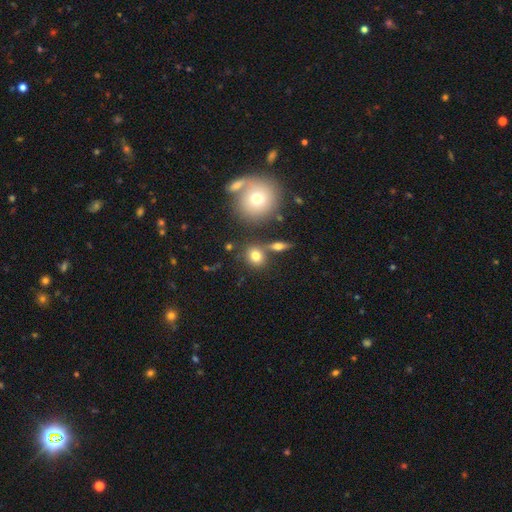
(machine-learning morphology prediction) smooth_or_featured: smooth (p=0.75) [alt: star or artifact p=0.13]
how_rounded: round (p=0.72) [alt: in between p=0.26]
merging: none (p=0.68) [alt: merger p=0.16]